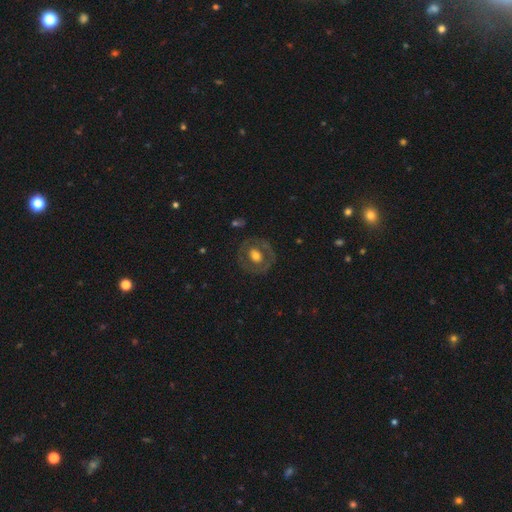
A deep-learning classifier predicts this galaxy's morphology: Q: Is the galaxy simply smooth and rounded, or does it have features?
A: featured or disk — 51%.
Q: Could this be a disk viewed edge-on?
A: no — 95%.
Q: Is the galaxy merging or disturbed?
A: none — 79%.